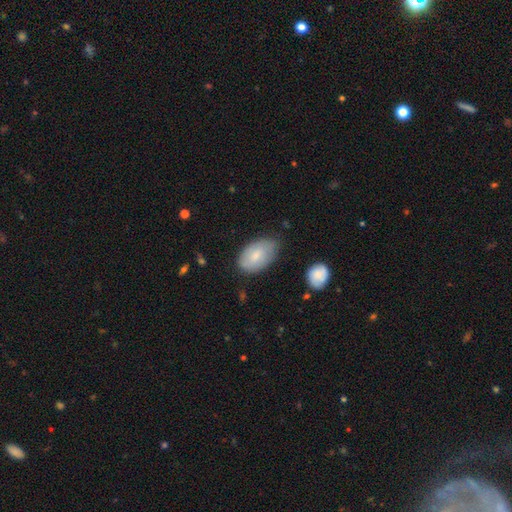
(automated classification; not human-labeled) Morphology: type=smooth (76%); roundness=in between (94%); merging=none (65%).